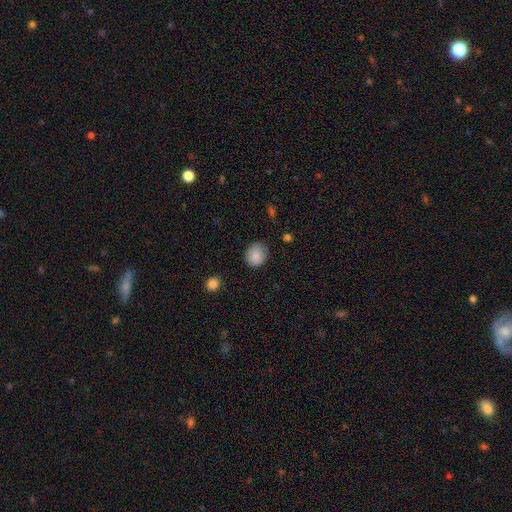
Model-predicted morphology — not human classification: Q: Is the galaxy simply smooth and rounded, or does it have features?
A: smooth — 86%.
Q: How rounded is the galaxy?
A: round — 66%.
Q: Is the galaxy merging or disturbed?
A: none — 75%.